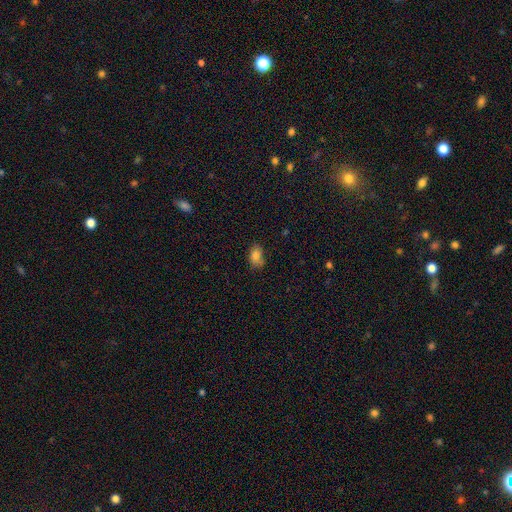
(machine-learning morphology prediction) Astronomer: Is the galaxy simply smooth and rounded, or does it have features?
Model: smooth — 81%.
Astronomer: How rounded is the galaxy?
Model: in between — 81%.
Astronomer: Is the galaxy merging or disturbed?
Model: none — 69%.